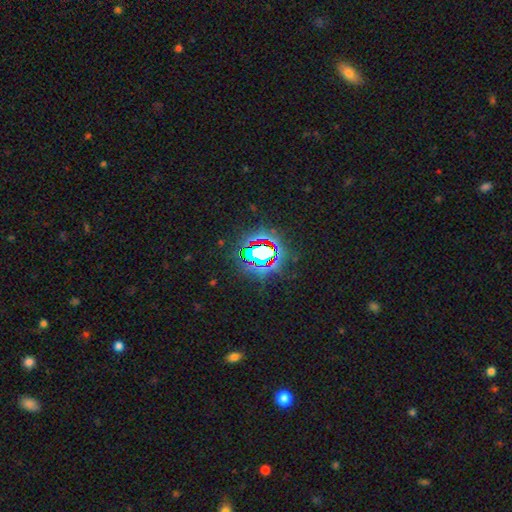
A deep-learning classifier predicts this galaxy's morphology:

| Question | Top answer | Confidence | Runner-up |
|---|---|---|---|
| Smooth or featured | star or artifact | 71% | smooth (17%) |